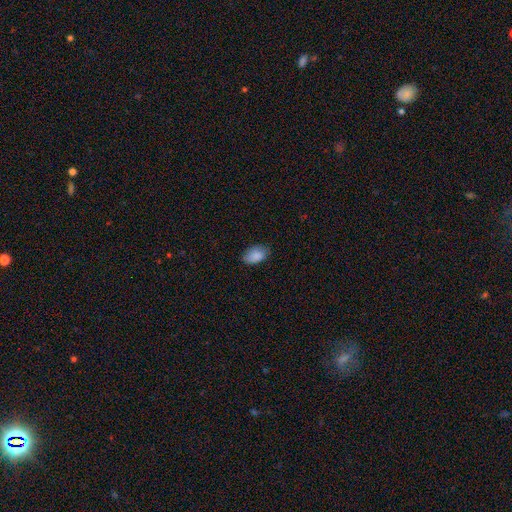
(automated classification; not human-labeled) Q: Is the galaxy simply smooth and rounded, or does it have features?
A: smooth — 88%.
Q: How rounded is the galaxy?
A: in between — 92%.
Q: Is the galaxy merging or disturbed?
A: none — 79%.